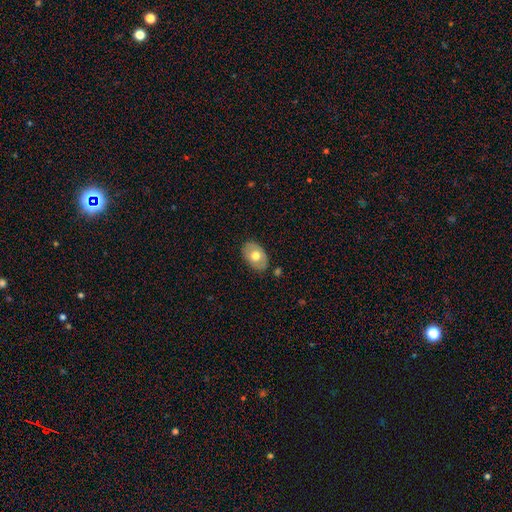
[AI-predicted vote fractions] Smooth or featured: smooth — 62% (featured or disk — 32%)
How rounded: in between — 87% (round — 12%)
Merging: none — 83% (minor disturbance — 12%)